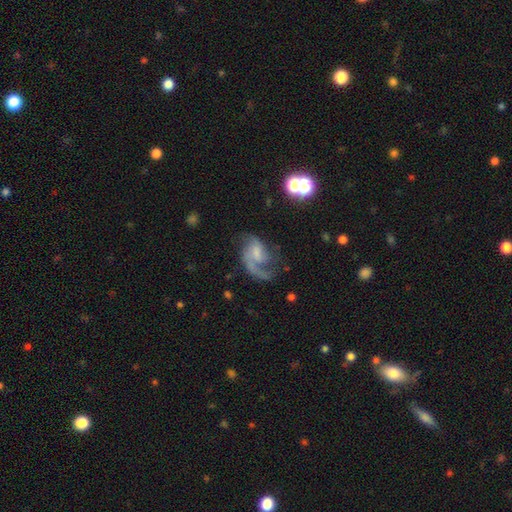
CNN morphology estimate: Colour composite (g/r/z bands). It shows a featured or disk galaxy (79%) with no bar (50%), 1 (48%) loose (47%) spiral arms (92%) and no central bulge (34%, tied with small). Merging: none (39%).